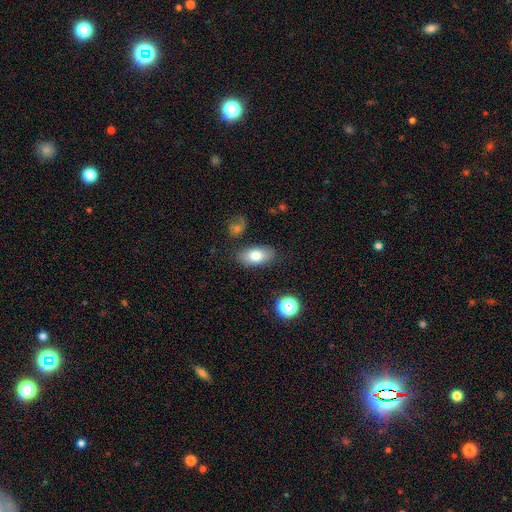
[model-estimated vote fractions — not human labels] smooth-or-featured: smooth: 77% | featured or disk: 15% | star or artifact: 8%
  how-rounded: in between: 90% | round: 6% | cigar-shaped: 4%
  merging: none: 82% | minor disturbance: 11% | merger: 3% | major disturbance: 3%